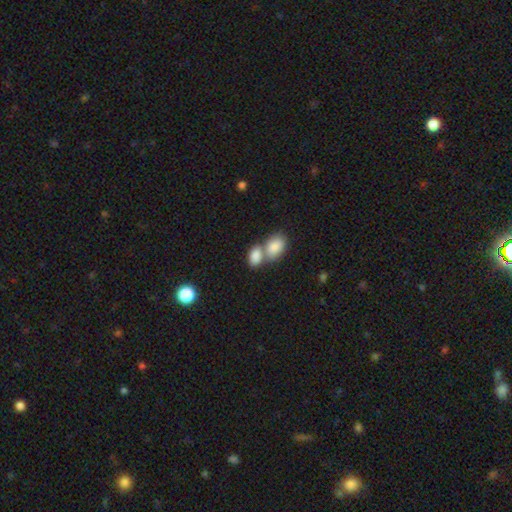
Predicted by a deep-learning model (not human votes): smooth-or-featured: smooth: 85% | featured or disk: 8% | star or artifact: 7%
  how-rounded: in between: 89% | round: 9% | cigar-shaped: 2%
  merging: merger: 63% | none: 27% | minor disturbance: 7% | major disturbance: 3%